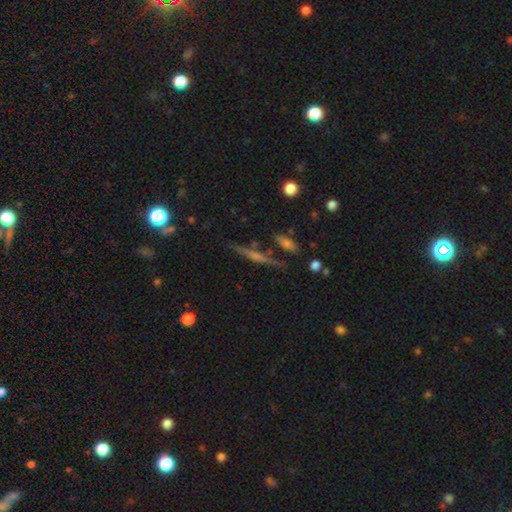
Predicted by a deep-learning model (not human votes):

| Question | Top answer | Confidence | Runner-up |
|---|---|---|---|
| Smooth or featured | featured or disk | 67% | smooth (22%) |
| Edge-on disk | yes | 95% | no (5%) |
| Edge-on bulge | rounded | 52% | none (28%) |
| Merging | none | 79% | minor disturbance (11%) |